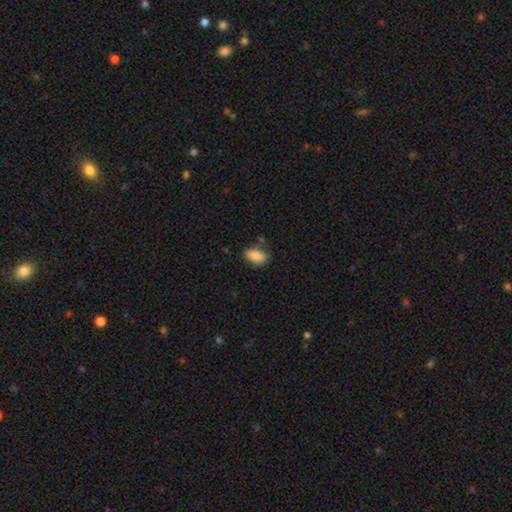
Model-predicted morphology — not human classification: type=smooth (87%); roundness=in between (91%); merging=none (72%).